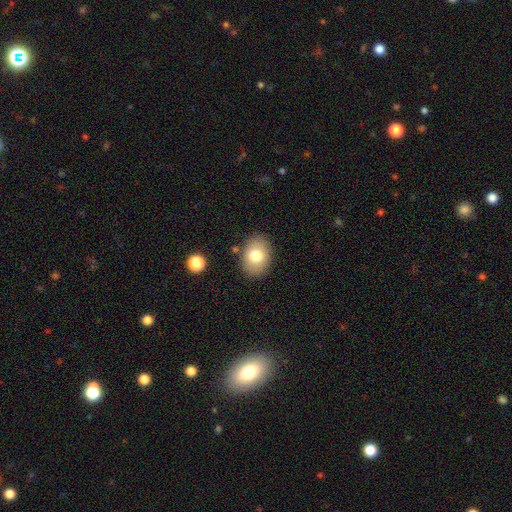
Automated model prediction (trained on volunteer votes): A smooth galaxy with no disk features (75%) that is in between round and cigar-shaped (76%). Merging: none (84%).